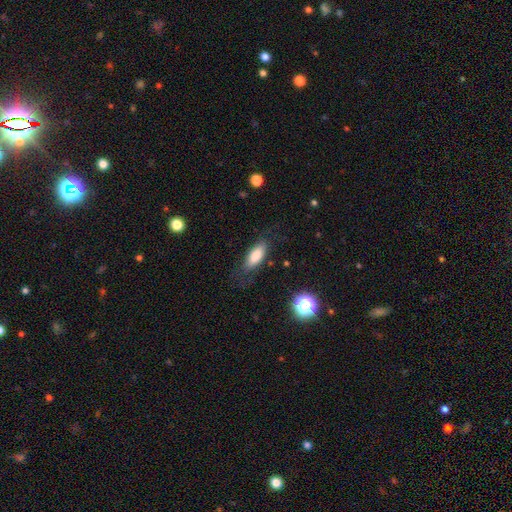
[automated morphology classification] A smooth galaxy with no disk features (80%) that is in between round and cigar-shaped (75%).

Vote fractions:
- Smooth or featured? smooth: 80% / featured or disk: 12% / star or artifact: 8%
- How rounded? in between: 75% / cigar-shaped: 23% / round: 3%
- Merging? none: 75% / minor disturbance: 17% / major disturbance: 7% / merger: 2%